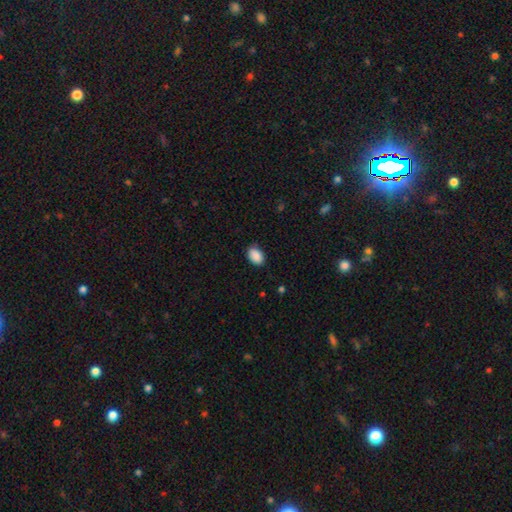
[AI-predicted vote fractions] Overall: smooth (90%). How rounded: in between (86%). Merging: none (83%).